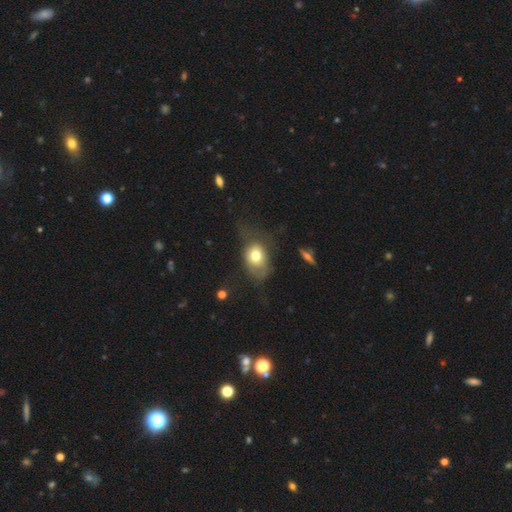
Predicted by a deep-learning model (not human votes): This appears to be a smooth galaxy with no disk features (68%) that is in between round and cigar-shaped (66%). Merging: none (36%).